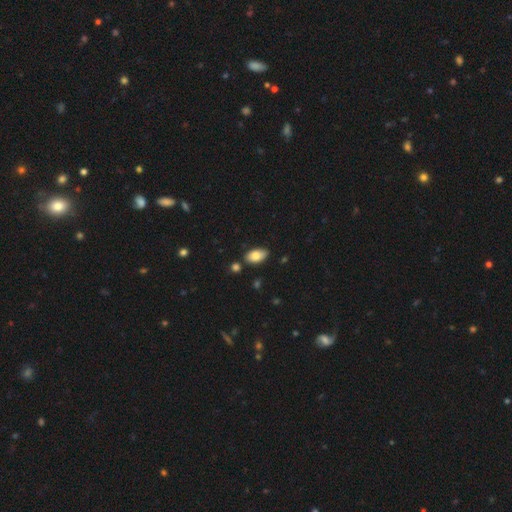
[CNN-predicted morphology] The model was most divided on "merging": none: 79%, minor disturbance: 15%, merger: 4%, major disturbance: 2%. More confident: how rounded — in between (94%); smooth or featured — smooth (82%).